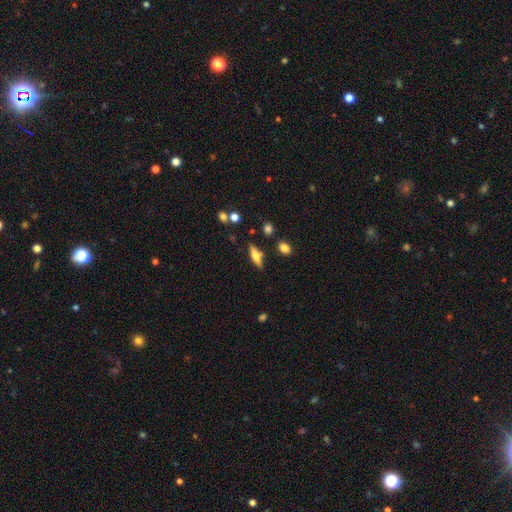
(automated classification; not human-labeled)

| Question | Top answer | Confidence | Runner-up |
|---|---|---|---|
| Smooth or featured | smooth | 57% | featured or disk (35%) |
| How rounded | cigar-shaped | 53% | in between (44%) |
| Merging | none | 77% | minor disturbance (14%) |